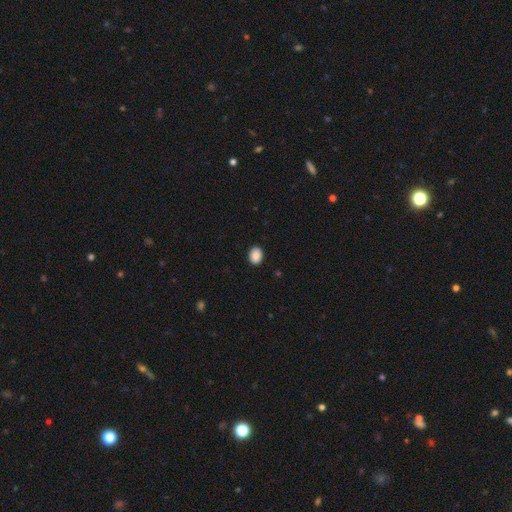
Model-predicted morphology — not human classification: smooth_or_featured: smooth (p=0.89) [alt: star or artifact p=0.08]
how_rounded: in between (p=0.62) [alt: round p=0.37]
merging: none (p=0.91) [alt: minor disturbance p=0.07]